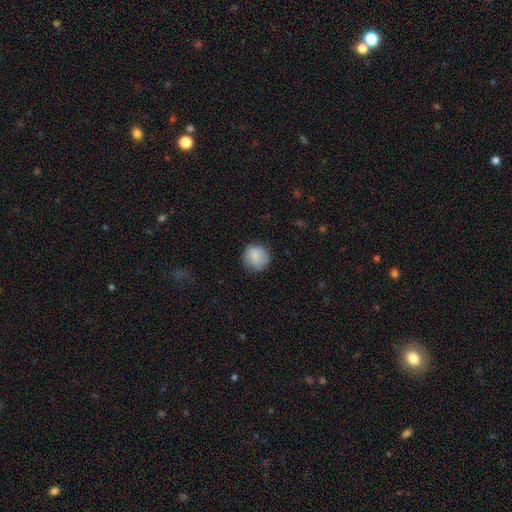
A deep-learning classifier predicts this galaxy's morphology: A smooth galaxy with no disk features (83%) that is round (89%).

Vote fractions:
- Smooth or featured? smooth: 83% / featured or disk: 9% / star or artifact: 7%
- How rounded? round: 89% / in between: 10% / cigar-shaped: 1%
- Merging? none: 75% / minor disturbance: 19% / major disturbance: 5% / merger: 1%